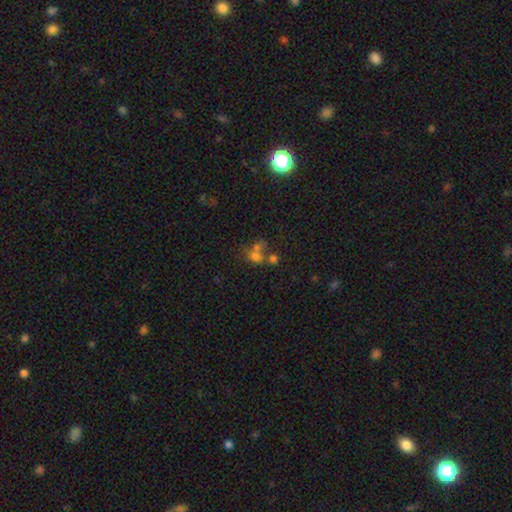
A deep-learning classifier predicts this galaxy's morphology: A smooth galaxy with no disk features (64%) that is round (60%). Merging: merger (49%).